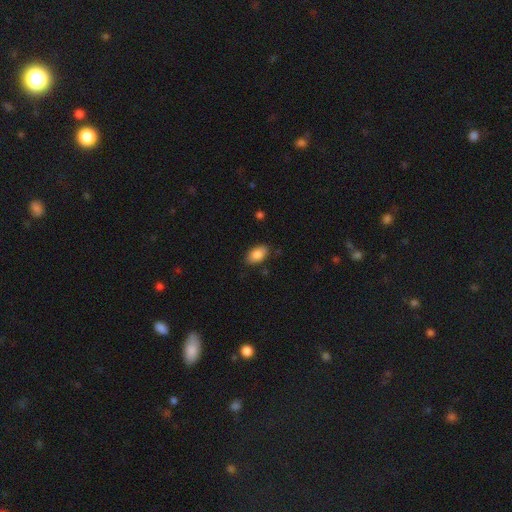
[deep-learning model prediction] smooth-or-featured: smooth: 86% | featured or disk: 7% | star or artifact: 7%
  how-rounded: in between: 92% | round: 5% | cigar-shaped: 2%
  merging: none: 84% | minor disturbance: 12% | major disturbance: 3% | merger: 1%